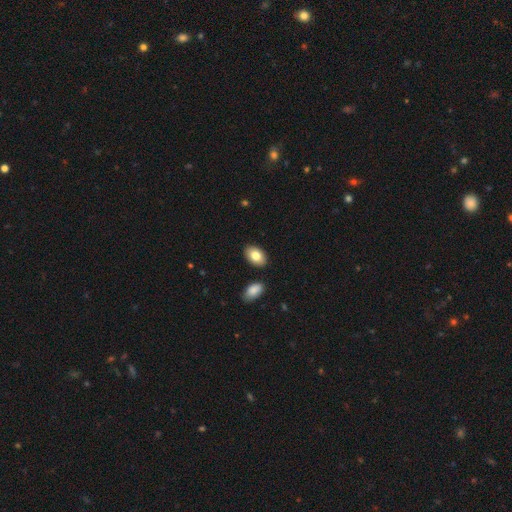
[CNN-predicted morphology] Smooth or featured: smooth — 83% (featured or disk — 11%)
How rounded: in between — 91% (round — 8%)
Merging: none — 86% (minor disturbance — 8%)